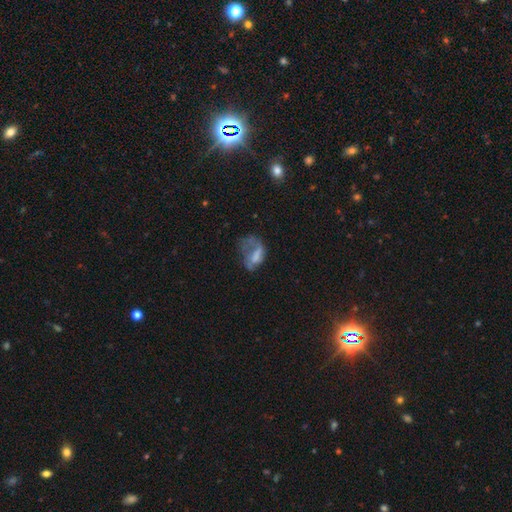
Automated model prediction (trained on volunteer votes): This appears to be a smooth galaxy with no disk features (44%, tied with featured or disk). Merging: major disturbance (51%).